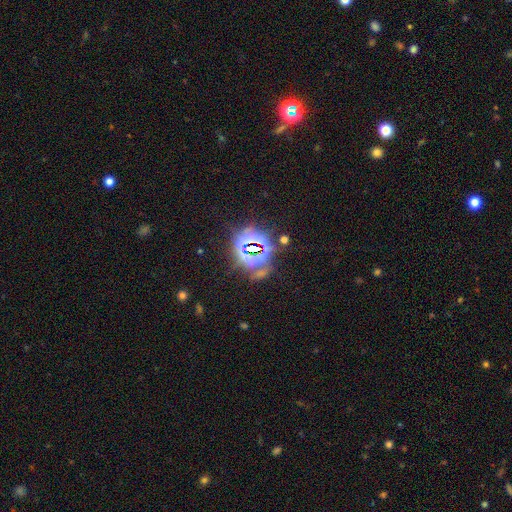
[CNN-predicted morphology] This appears to be a star or artifact, not a galaxy (79%).